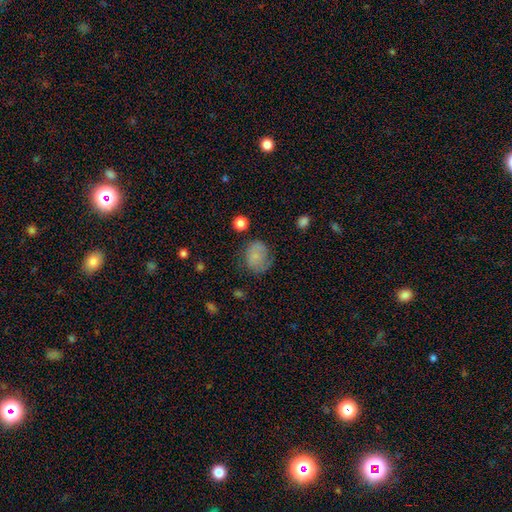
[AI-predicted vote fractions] smooth 70%, featured or disk 20%, star or artifact 10%. Down the decision tree: how rounded — round (61%); merging — none (58%).